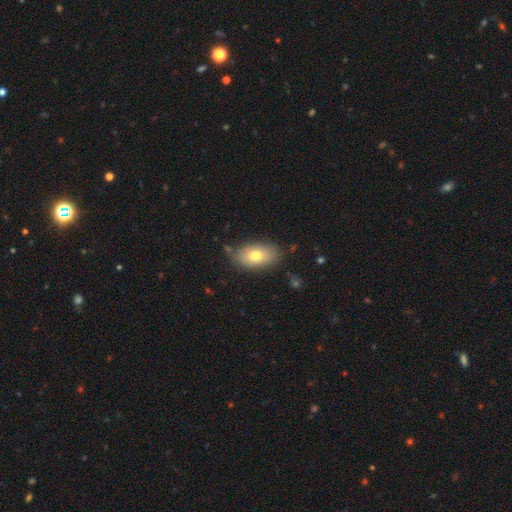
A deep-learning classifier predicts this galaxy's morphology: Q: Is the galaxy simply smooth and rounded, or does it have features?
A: smooth — 73%.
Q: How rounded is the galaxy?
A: in between — 92%.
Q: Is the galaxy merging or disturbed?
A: none — 79%.